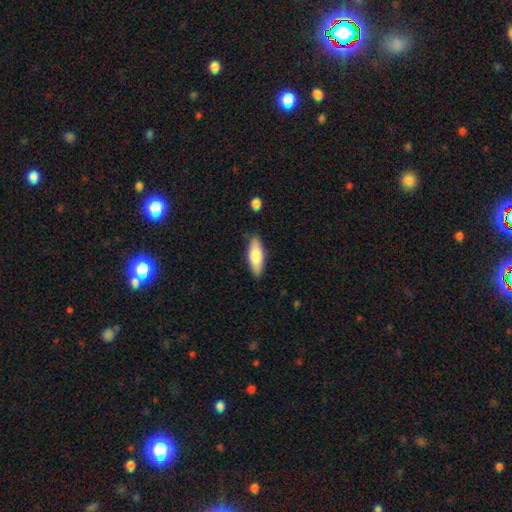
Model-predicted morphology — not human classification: smooth_or_featured: smooth (p=0.73) [alt: featured or disk p=0.21]
how_rounded: in between (p=0.65) [alt: cigar-shaped p=0.33]
merging: none (p=0.84) [alt: minor disturbance p=0.12]